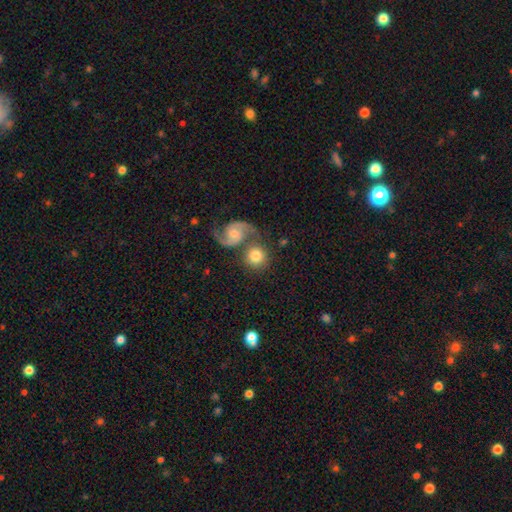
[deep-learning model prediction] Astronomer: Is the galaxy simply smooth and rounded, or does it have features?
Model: smooth — 58% (runner-up: featured or disk, 35%).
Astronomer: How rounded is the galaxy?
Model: round — 86%.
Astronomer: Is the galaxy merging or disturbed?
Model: none — 53% (runner-up: merger, 33%).